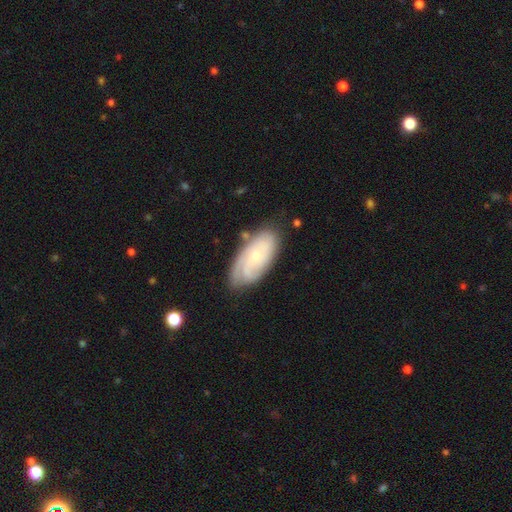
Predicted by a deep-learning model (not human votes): This is likely a featured or disk galaxy (67%). It is clearly not viewed edge-on (93%). Bar: likely no (73%). Spiral arm pattern: clearly yes (91%). Spiral arm count: marginally can't tell (43%). Spiral winding: likely tight (63%). Central bulge: likely small (71%). Merging: likely none (73%).